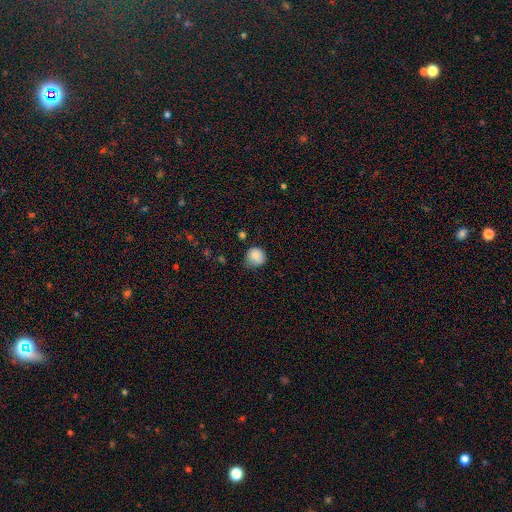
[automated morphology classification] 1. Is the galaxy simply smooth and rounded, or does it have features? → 85% smooth, 9% star or artifact, 6% featured or disk.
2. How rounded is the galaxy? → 88% round, 11% in between, 1% cigar-shaped.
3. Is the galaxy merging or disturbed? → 63% none, 30% minor disturbance, 5% major disturbance, 2% merger.